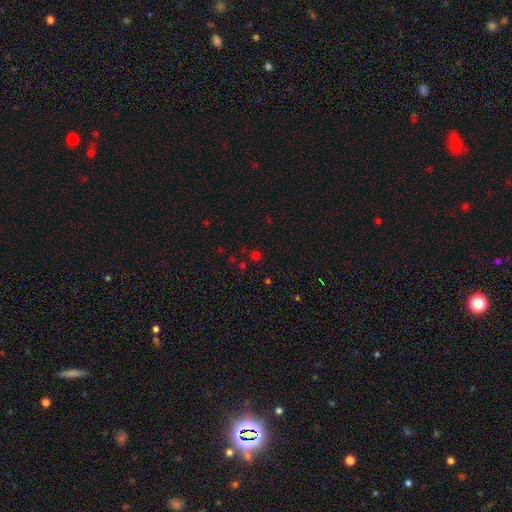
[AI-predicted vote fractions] Smooth or featured?
  - smooth: 54% *
  - star or artifact: 40%
  - featured or disk: 6%
How rounded?
  - round: 88% *
  - in between: 10%
  - cigar-shaped: 1%
Merging?
  - none: 77% *
  - merger: 9%
  - minor disturbance: 9%
  - major disturbance: 4%